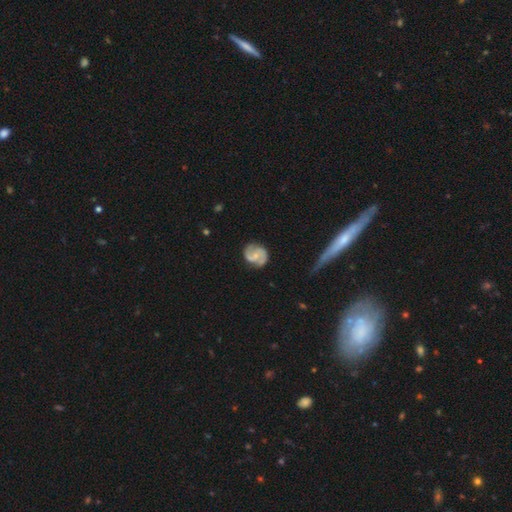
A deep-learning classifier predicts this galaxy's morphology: featured or disk 79%, smooth 15%, star or artifact 5%. Down the decision tree: edge-on disk — no (98%); bar — no (50%); spiral arms — yes (95%); spiral arm count — 2 (89%); spiral winding — medium (50%); bulge size — small (56%); merging — none (73%).